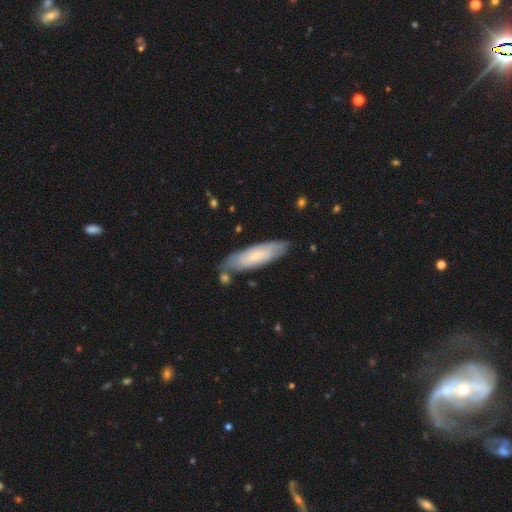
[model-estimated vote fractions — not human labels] This is possibly a smooth galaxy (50%). How rounded: possibly cigar-shaped (57%). Merging: likely none (76%).